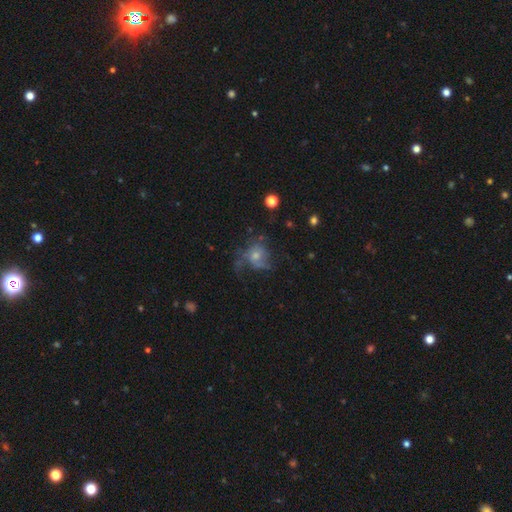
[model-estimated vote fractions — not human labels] Morphology: type=smooth (45%); merging=none (37%, tied with major disturbance).